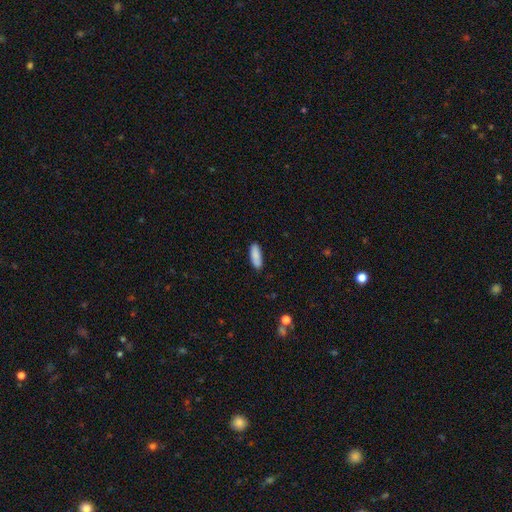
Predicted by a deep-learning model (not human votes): Smooth or featured? Predicted: smooth (p=0.88). How rounded? Predicted: in between (p=0.62). Merging? Predicted: none (p=0.87).